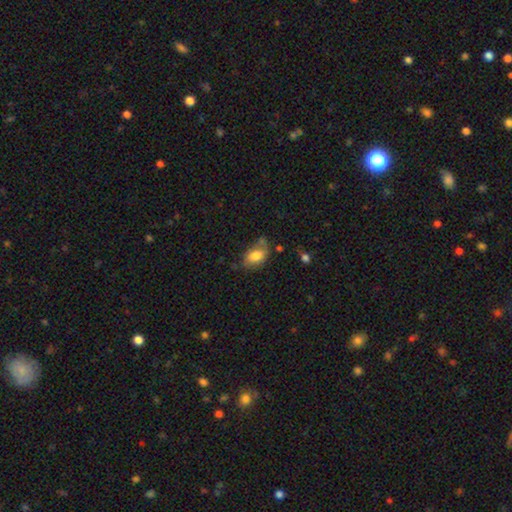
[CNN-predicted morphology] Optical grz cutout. It shows a smooth galaxy with no disk features (76%) that is in between round and cigar-shaped (90%). Merging: none (51%).